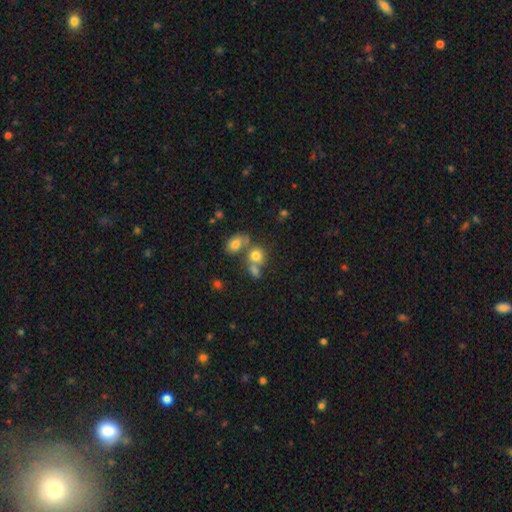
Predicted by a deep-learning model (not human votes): The model was most divided on "merging": merger: 43%, none: 41%, minor disturbance: 11%, major disturbance: 5%. More confident: smooth or featured — smooth (76%); how rounded — round (65%).